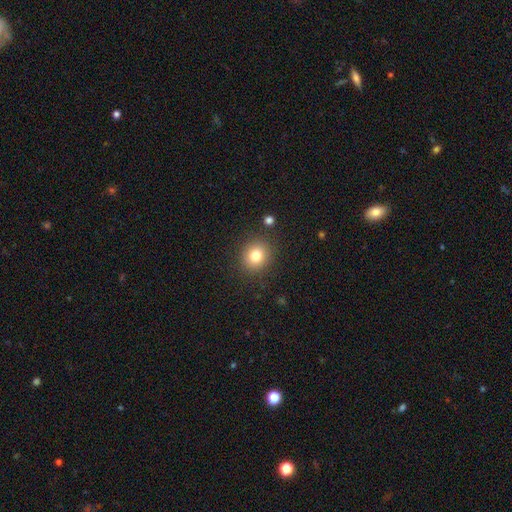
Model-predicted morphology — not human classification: Q: Smooth or featured?
A: smooth (79%); runner-up: star or artifact (12%)
Q: How rounded?
A: round (83%); runner-up: in between (16%)
Q: Merging?
A: none (87%); runner-up: minor disturbance (8%)